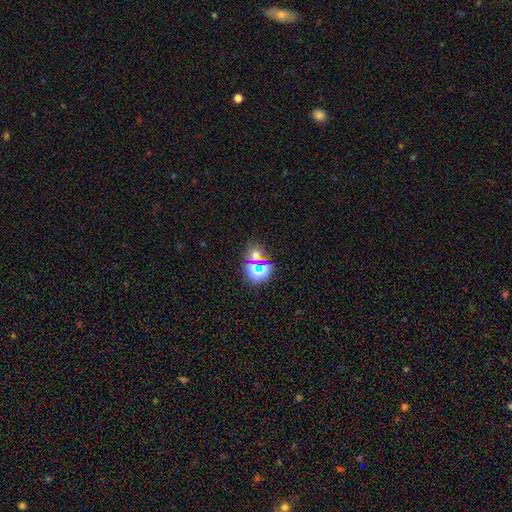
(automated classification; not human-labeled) Q: Smooth or featured?
A: star or artifact (50%); runner-up: smooth (41%)